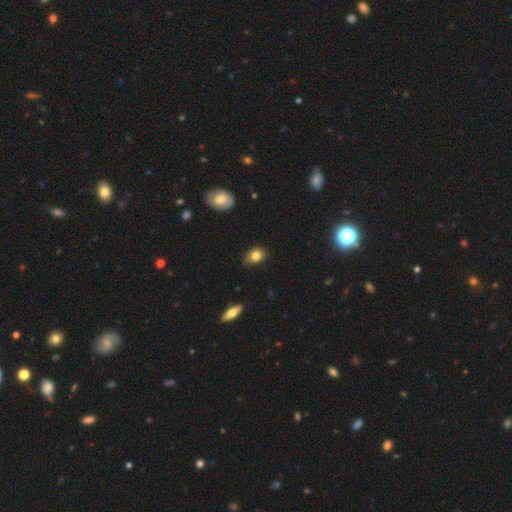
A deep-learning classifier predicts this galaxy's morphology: Smooth or featured? smooth (81%)
How rounded? in between (64%)
Merging? none (66%)